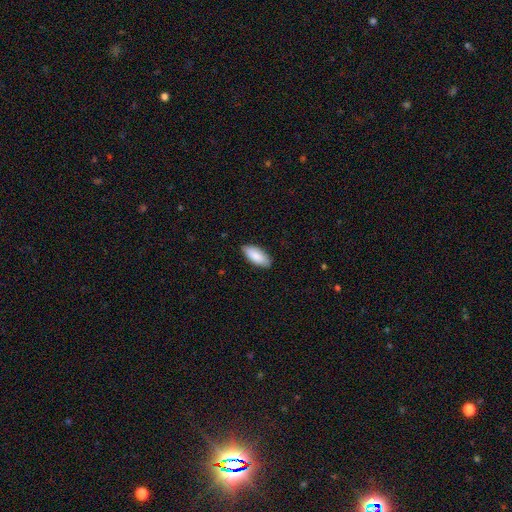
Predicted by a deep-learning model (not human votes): A smooth galaxy with no disk features (87%) that is in between round and cigar-shaped (86%). Merging: none (86%).